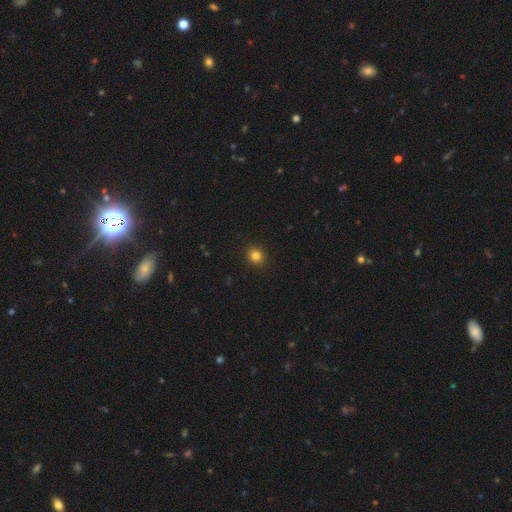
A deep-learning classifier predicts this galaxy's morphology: Overall: smooth (83%). How rounded: round (74%). Merging: none (91%).